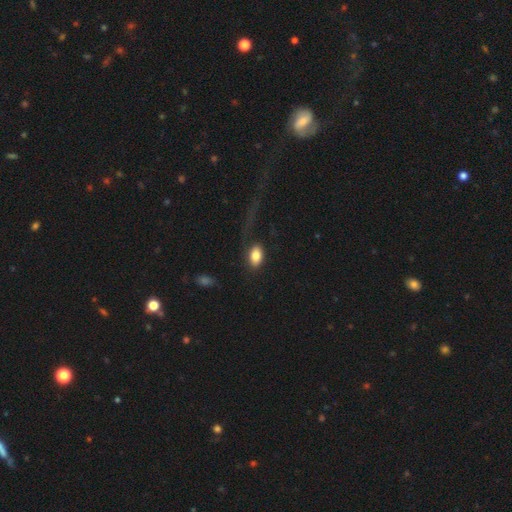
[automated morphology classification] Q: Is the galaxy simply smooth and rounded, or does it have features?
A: smooth — 82%.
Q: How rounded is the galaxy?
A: in between — 89%.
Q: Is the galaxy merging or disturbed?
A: none — 65%.